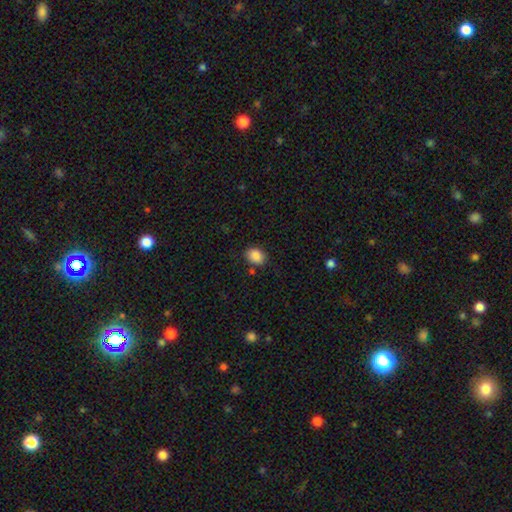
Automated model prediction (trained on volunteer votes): smooth-or-featured: smooth: 87% | star or artifact: 8% | featured or disk: 4%
  how-rounded: in between: 62% | round: 37% | cigar-shaped: 1%
  merging: none: 79% | minor disturbance: 14% | merger: 4% | major disturbance: 3%